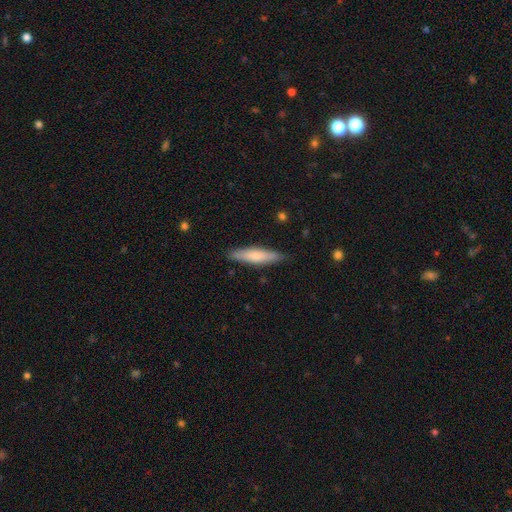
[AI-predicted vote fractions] A smooth galaxy with no disk features (71%) that is cigar-shaped (80%). Merging: none (86%).